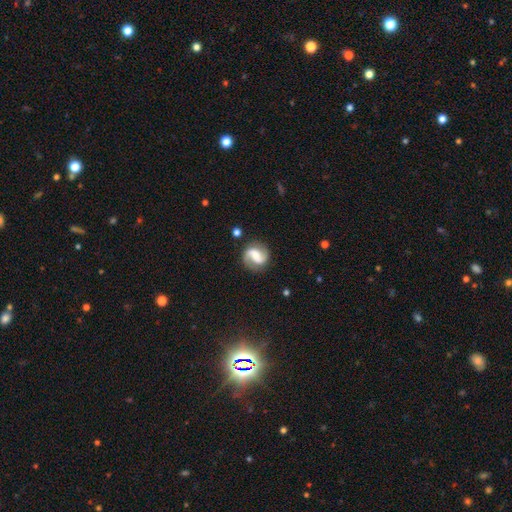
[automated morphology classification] Q: Smooth or featured?
A: featured or disk (81%); runner-up: smooth (13%)
Q: Edge-on disk?
A: no (98%); runner-up: yes (2%)
Q: Bar?
A: weak (44%); runner-up: strong (31%)
Q: Spiral arms?
A: yes (96%); runner-up: no (4%)
Q: Spiral winding?
A: medium (46%); runner-up: loose (35%)
Q: Spiral arm count?
A: 2 (91%); runner-up: 1 (4%)
Q: Bulge size?
A: moderate (40%); runner-up: small (29%)
Q: Merging?
A: none (82%); runner-up: minor disturbance (11%)